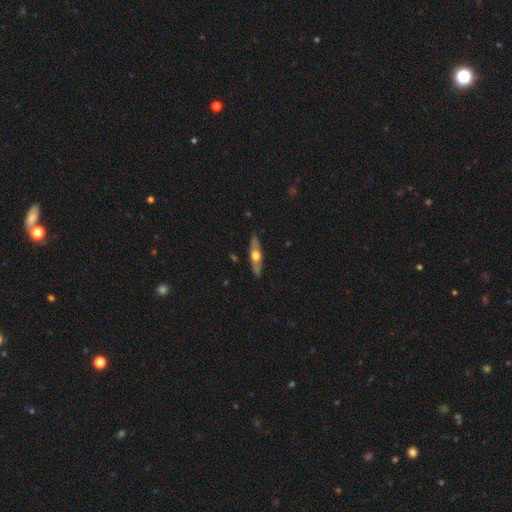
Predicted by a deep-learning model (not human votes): Q: Smooth or featured?
A: featured or disk (58%); runner-up: smooth (37%)
Q: Edge-on disk?
A: yes (81%); runner-up: no (19%)
Q: Merging?
A: none (88%); runner-up: minor disturbance (9%)